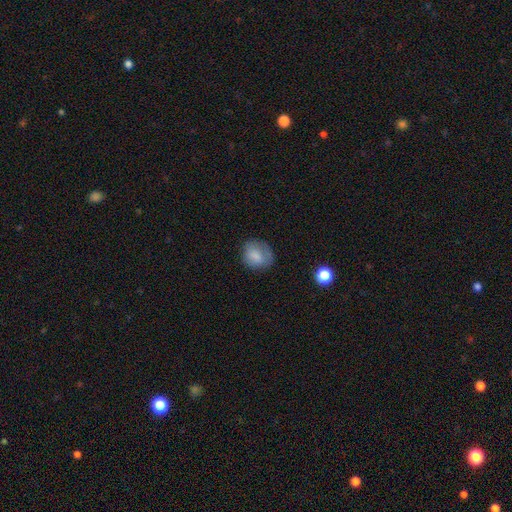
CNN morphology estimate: smooth-or-featured: smooth: 80% | featured or disk: 12% | star or artifact: 9%
  how-rounded: round: 63% | in between: 36% | cigar-shaped: 1%
  merging: none: 66% | minor disturbance: 23% | major disturbance: 10% | merger: 2%